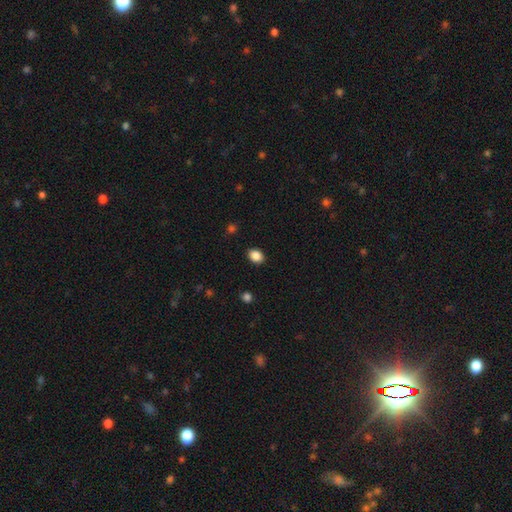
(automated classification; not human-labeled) Smooth or featured?
  - smooth: 88% *
  - star or artifact: 9%
  - featured or disk: 3%
How rounded?
  - in between: 64% *
  - round: 35%
  - cigar-shaped: 1%
Merging?
  - none: 89% *
  - minor disturbance: 8%
  - major disturbance: 2%
  - merger: 1%